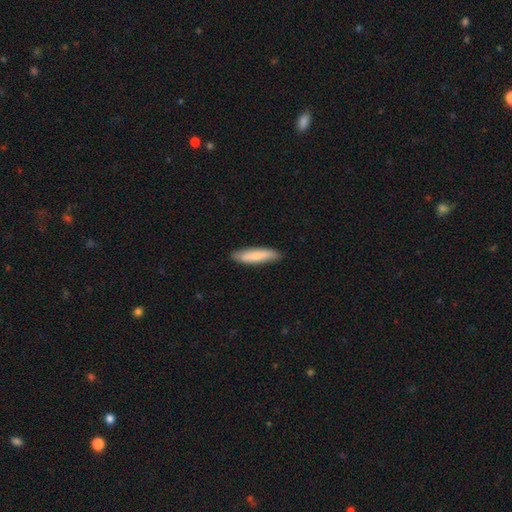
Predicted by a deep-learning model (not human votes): smooth 78%, featured or disk 16%, star or artifact 5%. Down the decision tree: how rounded — cigar-shaped (73%); merging — none (86%).